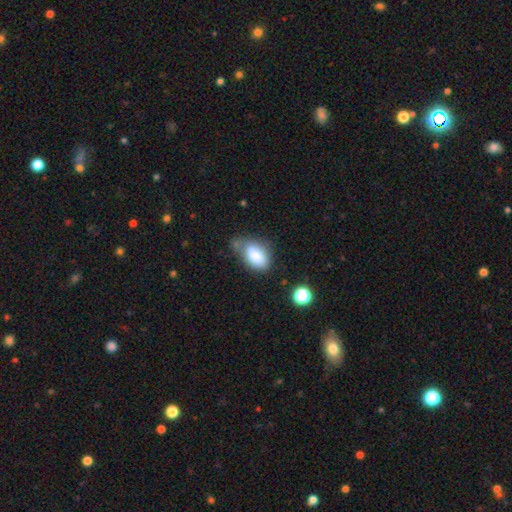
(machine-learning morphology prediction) smooth_or_featured: smooth (p=0.79) [alt: featured or disk p=0.12]
how_rounded: in between (p=0.88) [alt: round p=0.09]
merging: none (p=0.38) [alt: minor disturbance p=0.36]